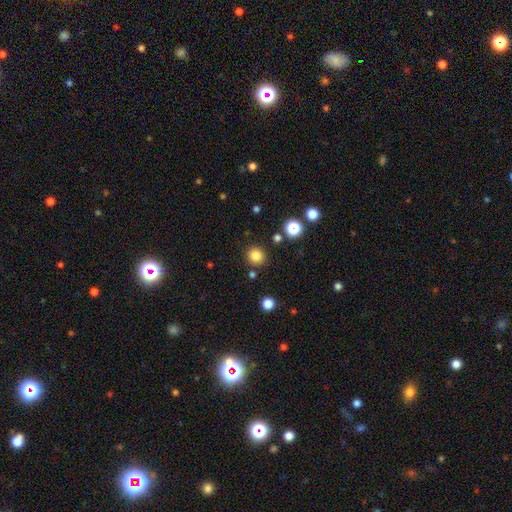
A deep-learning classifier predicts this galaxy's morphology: smooth-or-featured: smooth: 83% | star or artifact: 12% | featured or disk: 4%
  how-rounded: round: 91% | in between: 8% | cigar-shaped: 1%
  merging: none: 87% | minor disturbance: 7% | merger: 3% | major disturbance: 2%